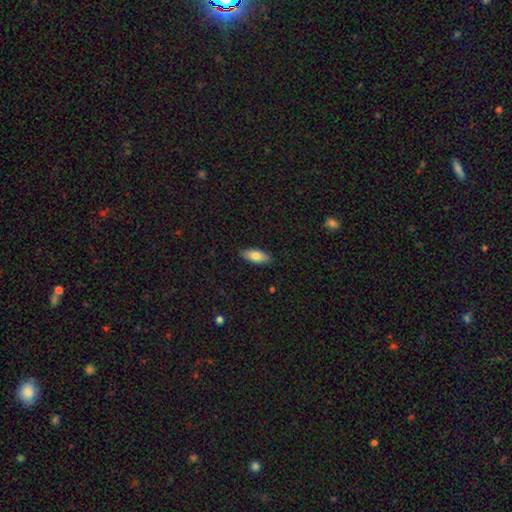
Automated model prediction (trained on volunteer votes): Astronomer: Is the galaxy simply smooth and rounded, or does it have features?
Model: smooth — 79%.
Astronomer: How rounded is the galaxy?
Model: in between — 82%.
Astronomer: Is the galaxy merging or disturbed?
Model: none — 88%.